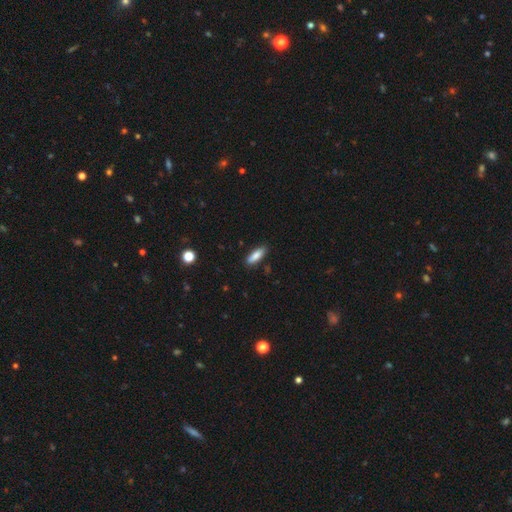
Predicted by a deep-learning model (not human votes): The model was most divided on "how rounded": in between: 50%, cigar-shaped: 48%, round: 2%. More confident: merging — none (87%); smooth or featured — smooth (84%).